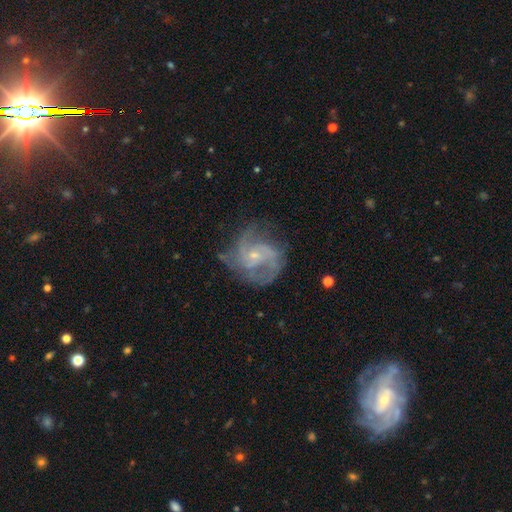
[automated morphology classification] Smooth or featured? Predicted: featured or disk (p=0.86). Edge-on disk? Predicted: no (p=0.98). Bar? Predicted: no (p=0.58). Spiral arms? Predicted: yes (p=0.96). Spiral winding? Predicted: medium (p=0.53). Spiral arm count? Predicted: 2 (p=0.44). Bulge size? Predicted: small (p=0.76). Merging? Predicted: none (p=0.67).